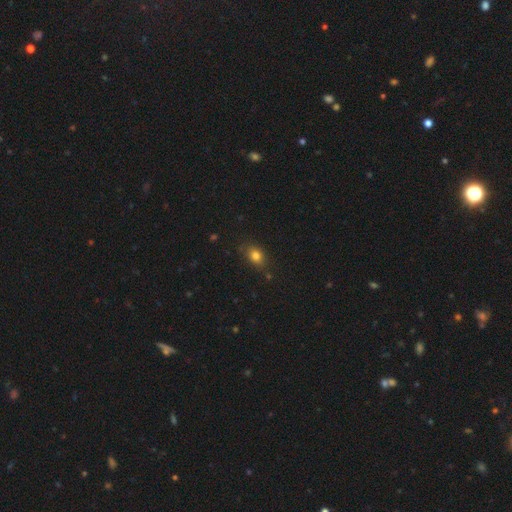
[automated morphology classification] This appears to be a smooth galaxy with no disk features (81%) that is in between round and cigar-shaped (69%). Merging: none (78%).